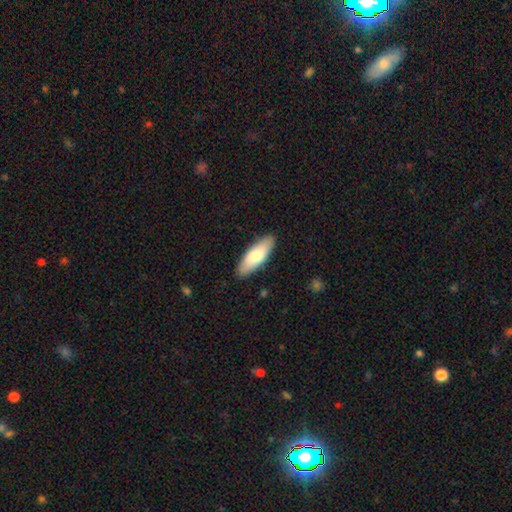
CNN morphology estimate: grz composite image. It shows a smooth galaxy with no disk features (76%) that is in between round and cigar-shaped (65%). Merging: none (89%).